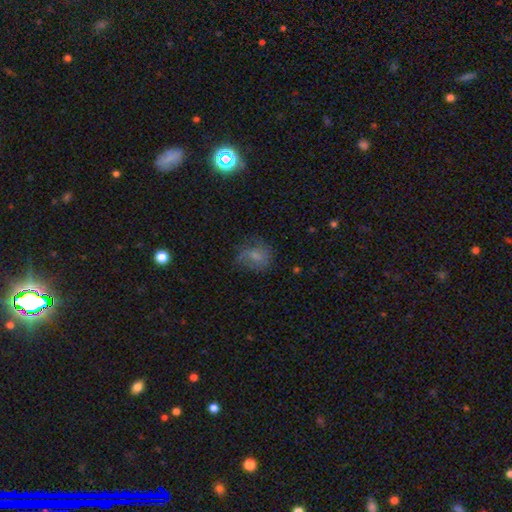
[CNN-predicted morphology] Smooth or featured? Predicted: smooth (p=0.58). How rounded? Predicted: round (p=0.55). Merging? Predicted: none (p=0.52).